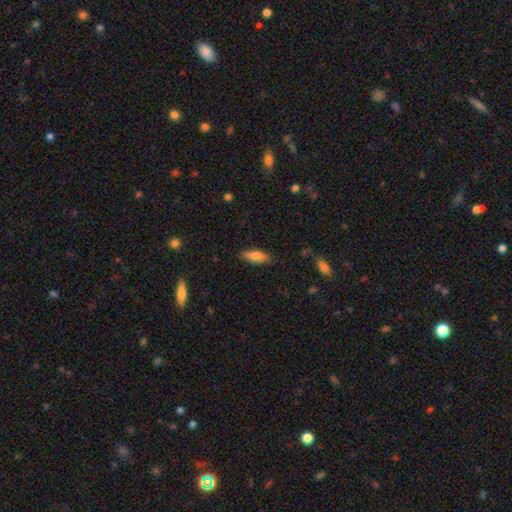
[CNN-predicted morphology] Smooth or featured? Predicted: smooth (p=0.80). How rounded? Predicted: in between (p=0.56). Merging? Predicted: none (p=0.85).